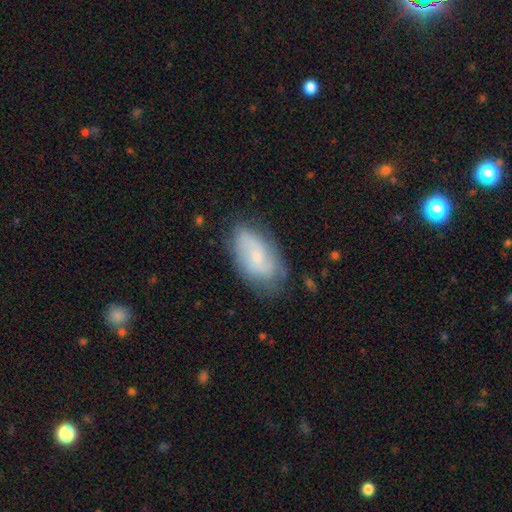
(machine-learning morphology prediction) Smooth or featured? Predicted: featured or disk (p=0.52). Edge-on disk? Predicted: no (p=0.94). Merging? Predicted: none (p=0.69).